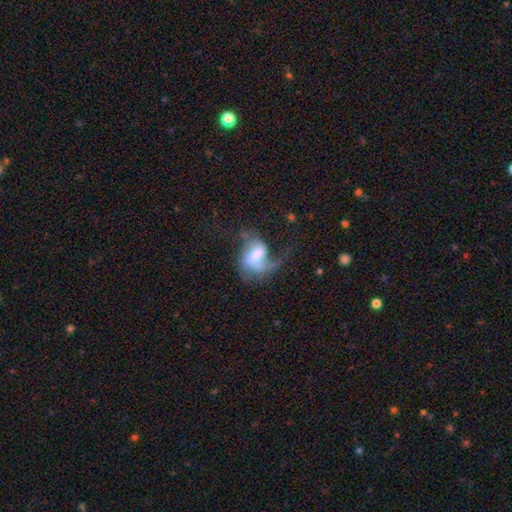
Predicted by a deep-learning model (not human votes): Smooth or featured? featured or disk (69%)
Edge-on disk? no (97%)
Bar? weak (46%)
Spiral arms? yes (86%)
Spiral winding? loose (60%)
Spiral arm count? 1 (50%)
Bulge size? moderate (38%)
Merging? major disturbance (48%)